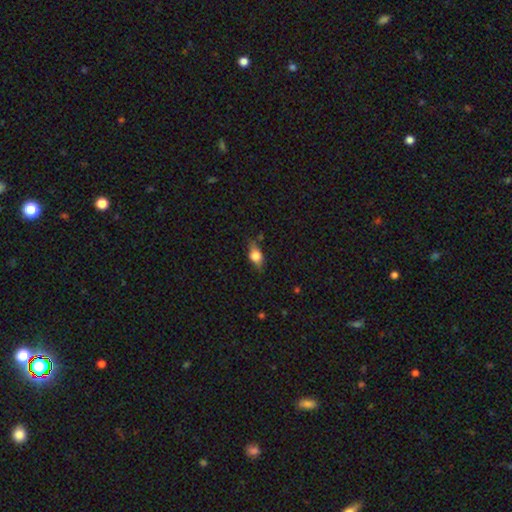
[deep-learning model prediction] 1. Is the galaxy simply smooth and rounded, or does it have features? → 63% smooth, 28% featured or disk, 9% star or artifact.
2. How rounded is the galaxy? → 73% in between, 17% round, 10% cigar-shaped.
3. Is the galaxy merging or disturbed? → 73% none, 20% minor disturbance, 5% major disturbance, 2% merger.